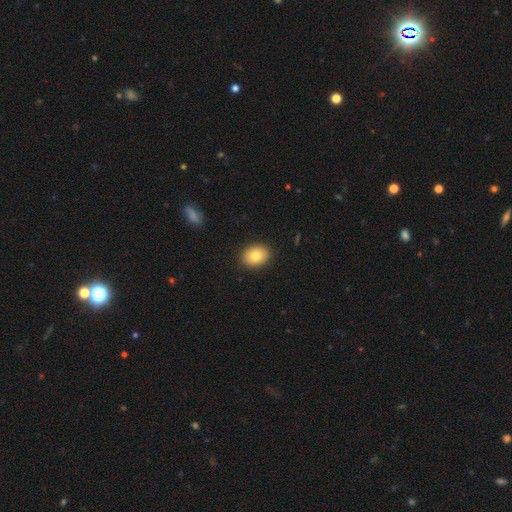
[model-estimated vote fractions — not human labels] This is likely a smooth galaxy (80%). How rounded: likely in between (64%). Merging: clearly none (90%).